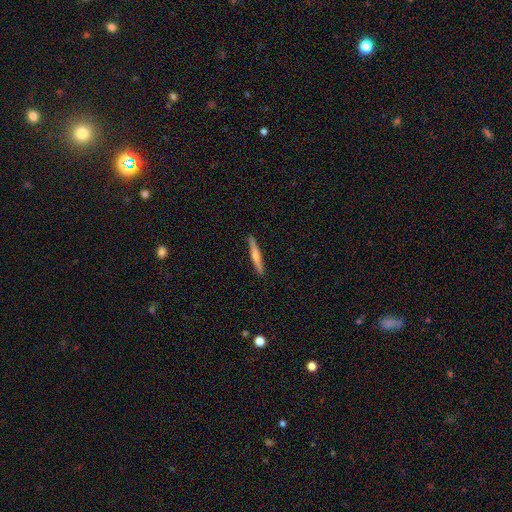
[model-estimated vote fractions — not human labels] smooth_or_featured: smooth (p=0.51) [alt: featured or disk p=0.43]
how_rounded: cigar-shaped (p=0.94) [alt: in between p=0.04]
merging: none (p=0.90) [alt: minor disturbance p=0.08]